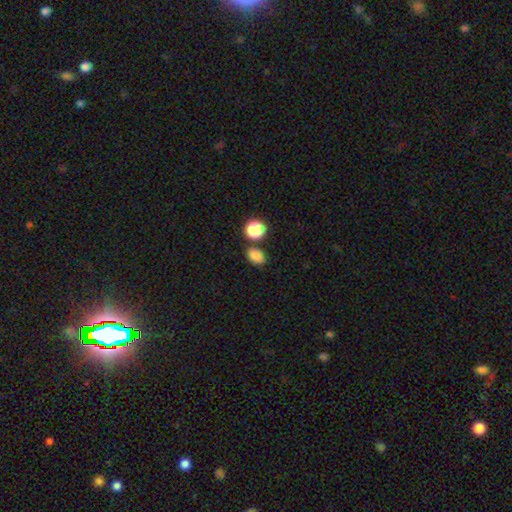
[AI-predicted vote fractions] smooth_or_featured: smooth (p=0.84) [alt: star or artifact p=0.12]
how_rounded: in between (p=0.75) [alt: round p=0.24]
merging: none (p=0.73) [alt: minor disturbance p=0.12]